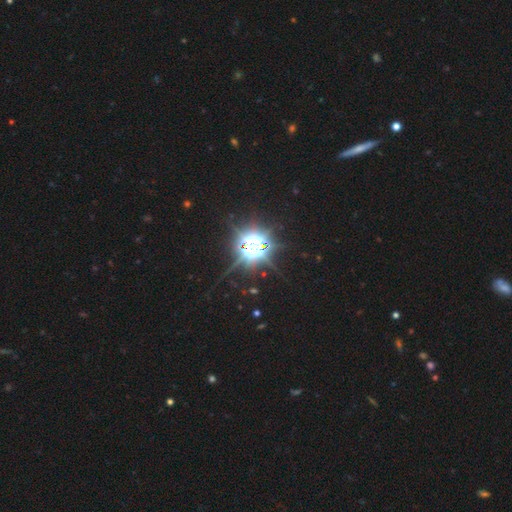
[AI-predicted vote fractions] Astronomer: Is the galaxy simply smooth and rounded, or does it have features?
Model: star or artifact — 84%.